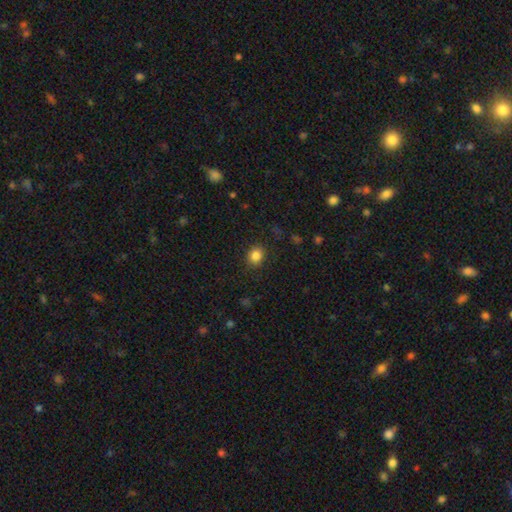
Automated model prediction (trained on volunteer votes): Smooth or featured: smooth — 84% (star or artifact — 11%)
How rounded: round — 69% (in between — 30%)
Merging: none — 88% (minor disturbance — 8%)